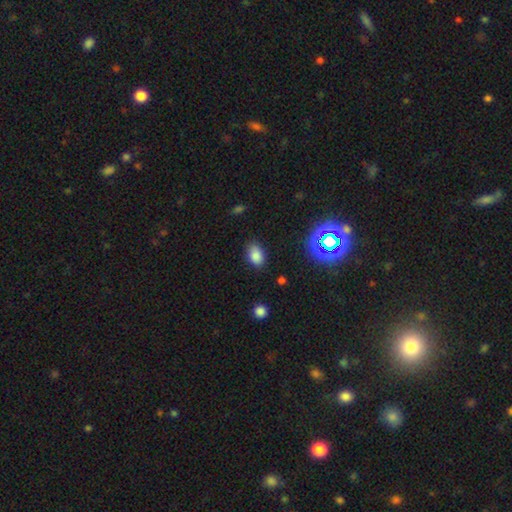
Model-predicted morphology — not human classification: Smooth or featured? smooth (81%)
How rounded? in between (86%)
Merging? none (80%)